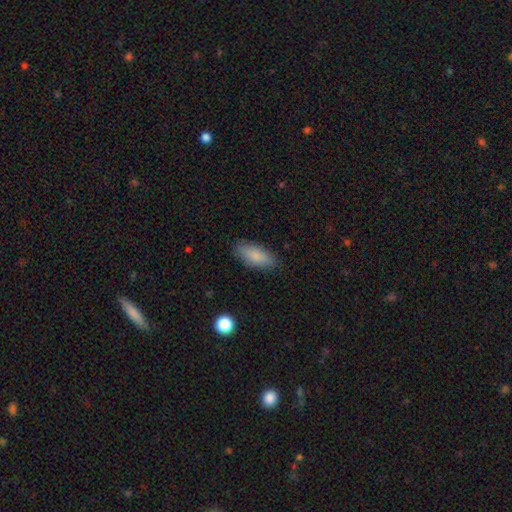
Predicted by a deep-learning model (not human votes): Smooth or featured? Predicted: smooth (p=0.85). How rounded? Predicted: in between (p=0.82). Merging? Predicted: none (p=0.85).